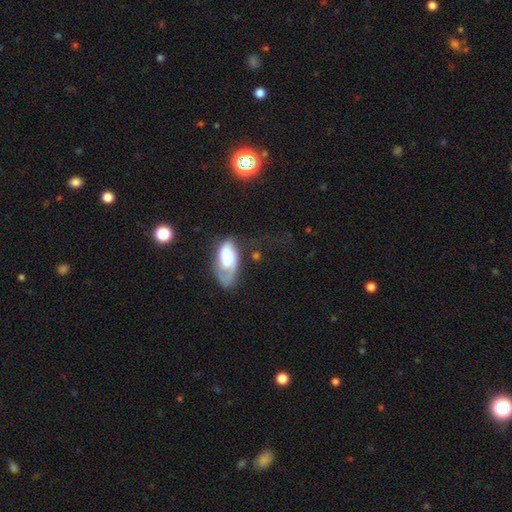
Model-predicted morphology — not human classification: This appears to be a featured or disk galaxy (55%) with no bar (66%), spiral arms (75%) and a large central bulge (40%). Merging: none (37%).